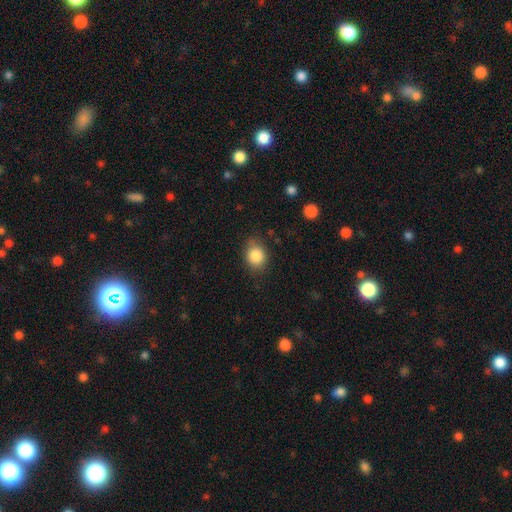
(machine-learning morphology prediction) Smooth or featured? Predicted: smooth (p=0.85). How rounded? Predicted: round (p=0.58). Merging? Predicted: none (p=0.78).